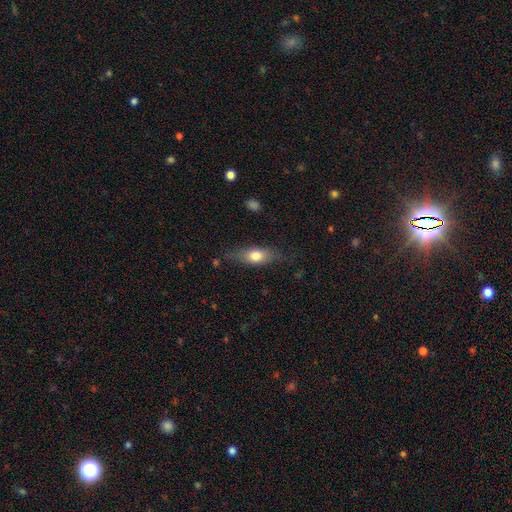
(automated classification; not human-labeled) Q: Smooth or featured?
A: smooth (68%); runner-up: featured or disk (25%)
Q: How rounded?
A: in between (65%); runner-up: cigar-shaped (28%)
Q: Merging?
A: none (74%); runner-up: minor disturbance (19%)